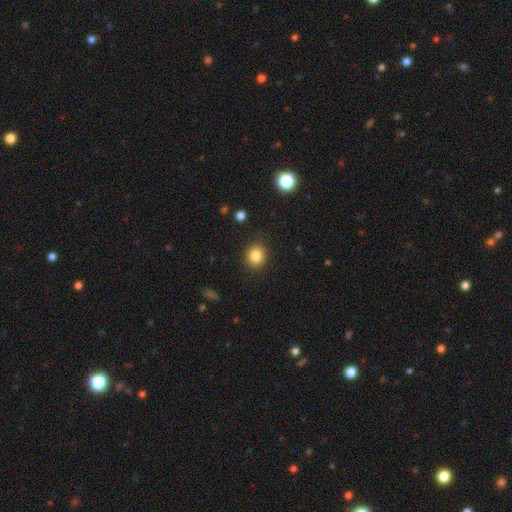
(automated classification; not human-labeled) smooth_or_featured: smooth (p=0.83) [alt: star or artifact p=0.11]
how_rounded: round (p=0.80) [alt: in between p=0.19]
merging: none (p=0.89) [alt: minor disturbance p=0.07]